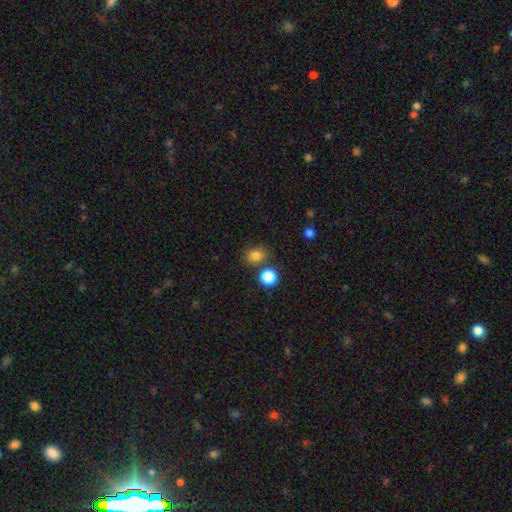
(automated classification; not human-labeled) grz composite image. It shows a smooth galaxy with no disk features (81%) that is round (53%). Merging: none (74%).